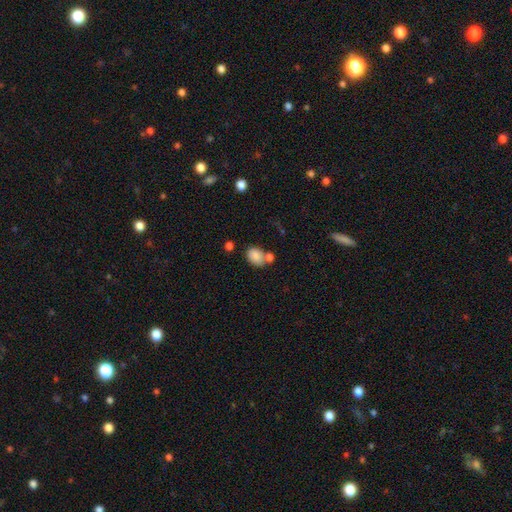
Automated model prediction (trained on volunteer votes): Morphology: type=smooth (82%); roundness=in between (69%); merging=none (54%).